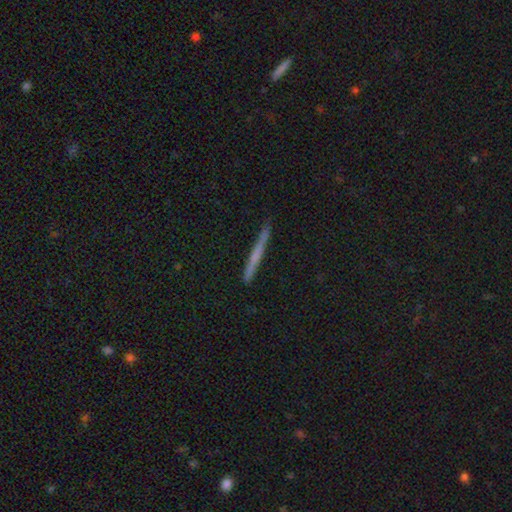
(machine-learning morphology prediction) The model was most divided on "smooth or featured": featured or disk: 47%, smooth: 45%, star or artifact: 8%. More confident: merging — none (88%).